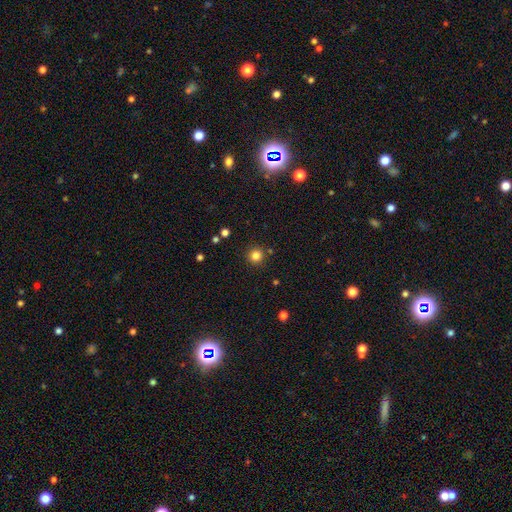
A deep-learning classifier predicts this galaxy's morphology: The model was most divided on "smooth or featured": smooth: 83%, star or artifact: 13%, featured or disk: 4%. More confident: how rounded — round (95%); merging — none (88%).